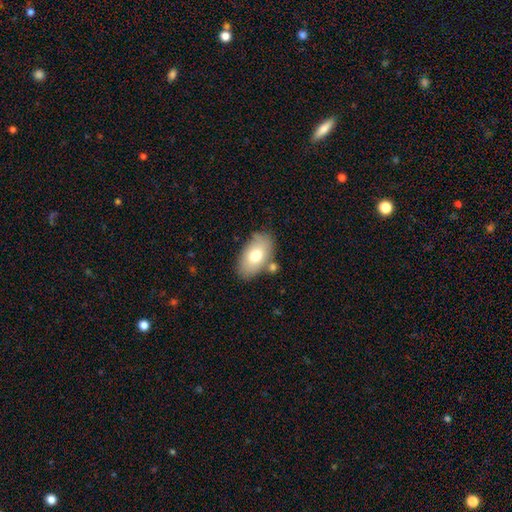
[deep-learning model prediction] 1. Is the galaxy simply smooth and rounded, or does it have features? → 72% smooth, 21% featured or disk, 7% star or artifact.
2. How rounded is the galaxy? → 92% in between, 6% round, 2% cigar-shaped.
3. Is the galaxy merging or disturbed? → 74% none, 14% minor disturbance, 8% merger, 4% major disturbance.